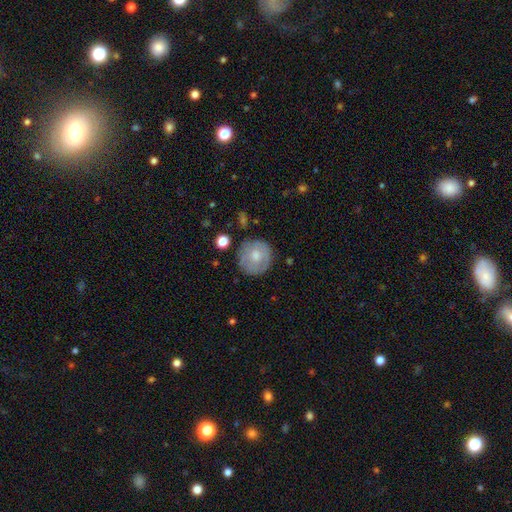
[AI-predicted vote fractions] Morphology: type=smooth (58%); roundness=round (92%); merging=none (78%).